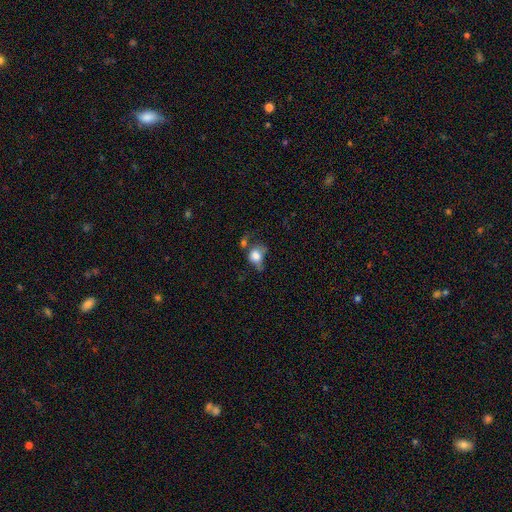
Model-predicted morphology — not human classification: This appears to be a smooth galaxy with no disk features (71%) that is round (53%). Merging: major disturbance (34%).